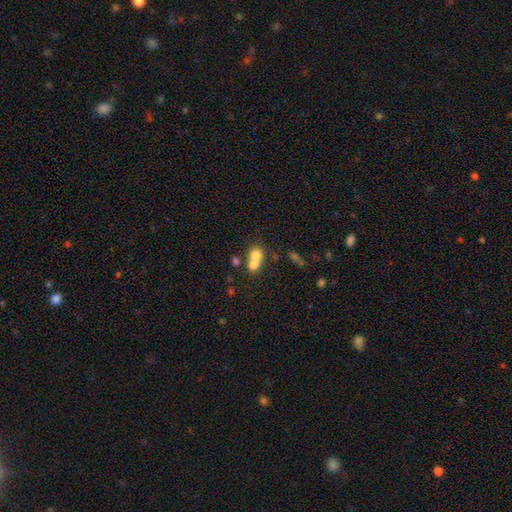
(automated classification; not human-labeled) smooth 72%, featured or disk 17%, star or artifact 11%. Down the decision tree: how rounded — round (64%); merging — merger (67%).